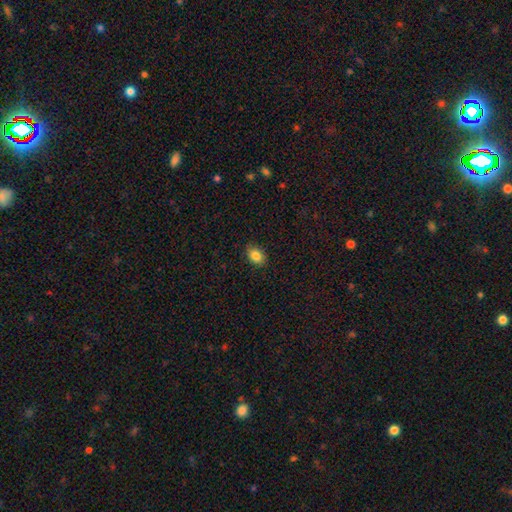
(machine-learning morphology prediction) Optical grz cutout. It shows a smooth galaxy with no disk features (84%) that is in between round and cigar-shaped (76%). Merging: none (85%).